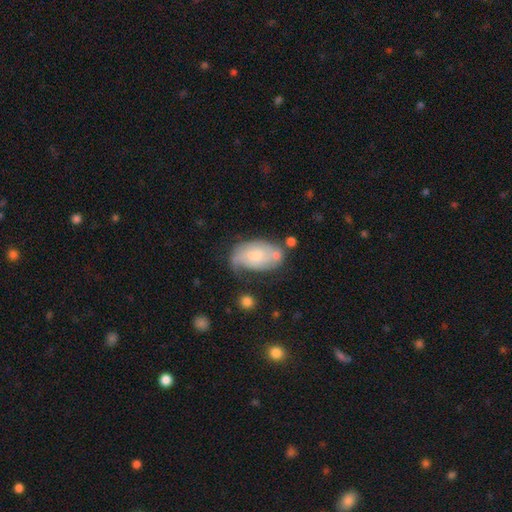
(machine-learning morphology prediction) smooth-or-featured: featured or disk: 48% | smooth: 45% | star or artifact: 7%
  merging: none: 43% | minor disturbance: 29% | major disturbance: 15% | merger: 13%